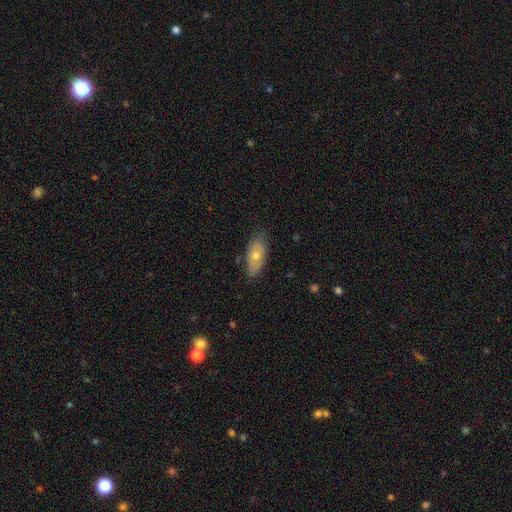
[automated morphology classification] Smooth or featured?
  - smooth: 51% *
  - featured or disk: 41%
  - star or artifact: 8%
How rounded?
  - in between: 80% *
  - cigar-shaped: 16%
  - round: 4%
Merging?
  - none: 79% *
  - minor disturbance: 17%
  - major disturbance: 3%
  - merger: 1%